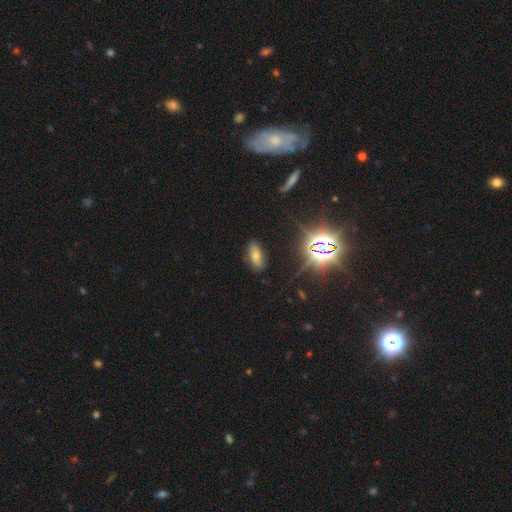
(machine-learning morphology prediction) Overall: star or artifact (44%; smooth 36%).